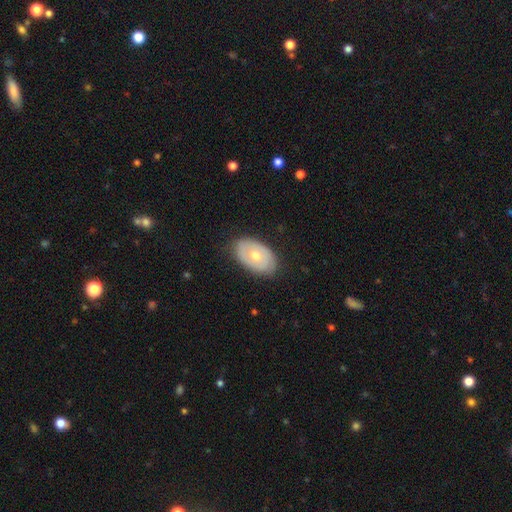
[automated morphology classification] Smooth or featured? featured or disk (49%)
Merging? none (80%)